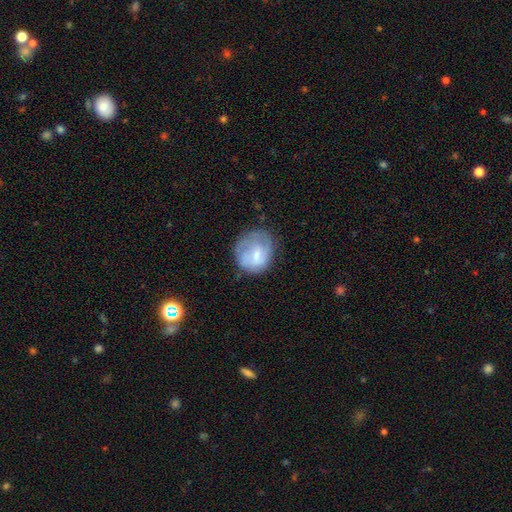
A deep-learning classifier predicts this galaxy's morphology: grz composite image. It shows a smooth galaxy with no disk features (51%) that is round (74%). Merging: none (56%).